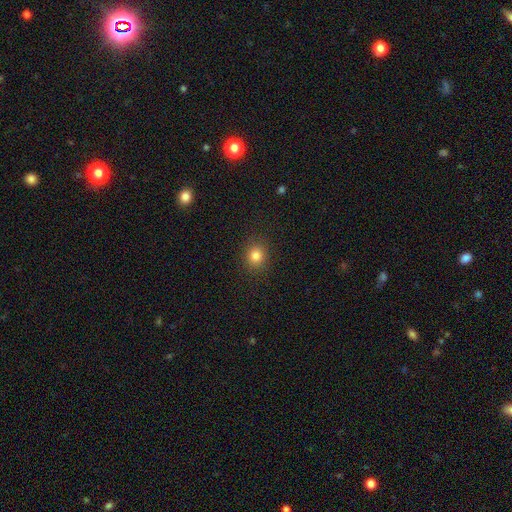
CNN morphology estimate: Q: Smooth or featured?
A: smooth (83%); runner-up: star or artifact (12%)
Q: How rounded?
A: round (79%); runner-up: in between (20%)
Q: Merging?
A: none (89%); runner-up: minor disturbance (7%)